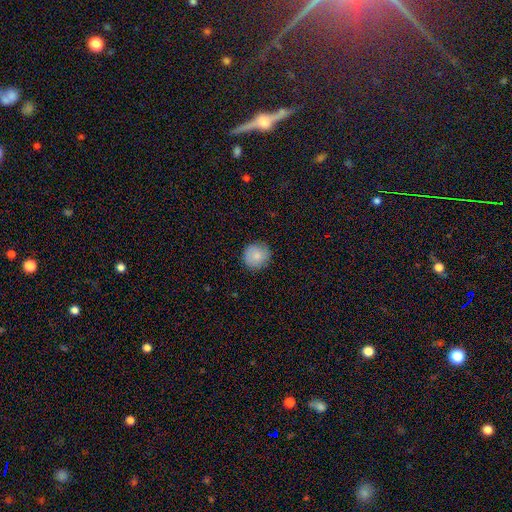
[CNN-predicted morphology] The model was most divided on "smooth or featured": smooth: 84%, featured or disk: 8%, star or artifact: 7%. More confident: how rounded — round (92%); merging — none (87%).